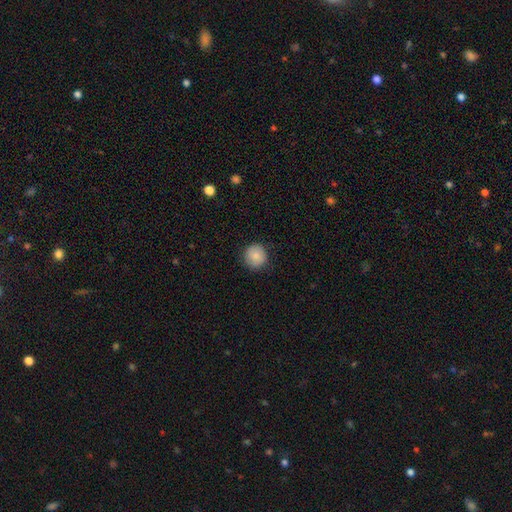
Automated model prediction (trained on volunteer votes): Q: Smooth or featured?
A: smooth (86%); runner-up: star or artifact (8%)
Q: How rounded?
A: round (93%); runner-up: in between (6%)
Q: Merging?
A: none (88%); runner-up: minor disturbance (9%)